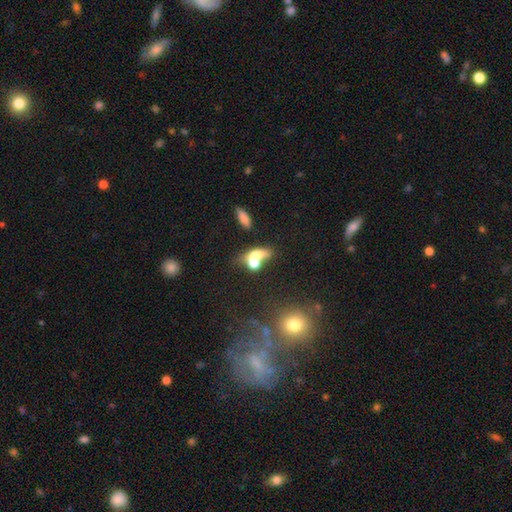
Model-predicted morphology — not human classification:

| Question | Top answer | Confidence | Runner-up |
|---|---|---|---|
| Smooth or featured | smooth | 63% | featured or disk (24%) |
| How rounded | in between | 61% | round (27%) |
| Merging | merger | 59% | none (24%) |